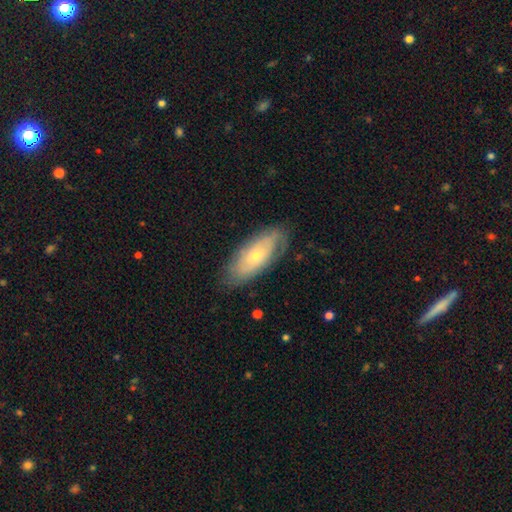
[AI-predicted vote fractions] featured or disk 55%, smooth 38%, star or artifact 7%. Down the decision tree: edge-on disk — no (84%); merging — none (75%).